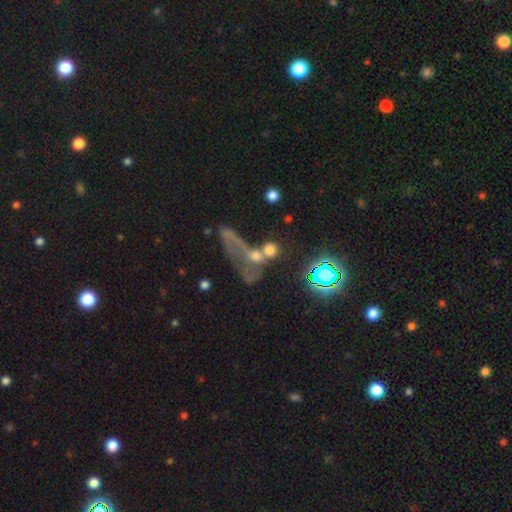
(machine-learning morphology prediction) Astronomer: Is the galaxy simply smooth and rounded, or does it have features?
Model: smooth — 39% (runner-up: star or artifact, 31%).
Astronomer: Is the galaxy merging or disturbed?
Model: merger — 42% (runner-up: major disturbance, 25%).